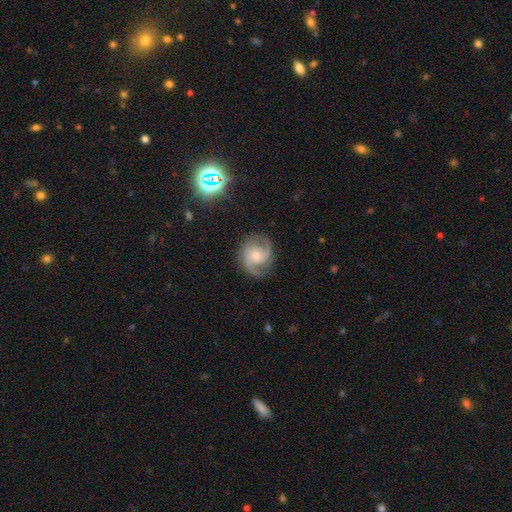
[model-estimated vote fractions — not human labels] Smooth or featured? featured or disk (85%)
Edge-on disk? no (98%)
Bar? no (66%)
Spiral arms? yes (97%)
Spiral winding? medium (54%)
Spiral arm count? 2 (80%)
Bulge size? small (58%)
Merging? none (76%)